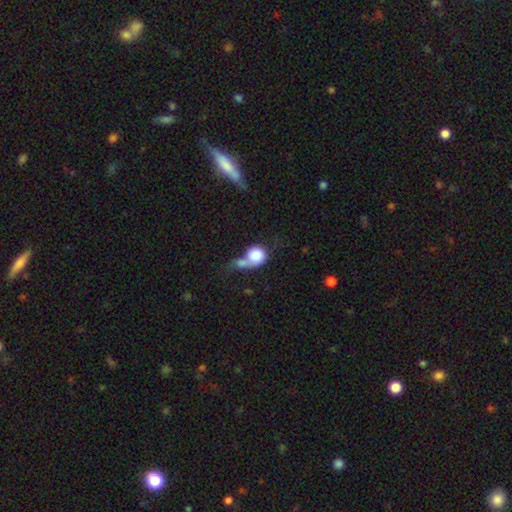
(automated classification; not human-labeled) Smooth or featured? Predicted: smooth (p=0.78). How rounded? Predicted: round (p=0.79). Merging? Predicted: merger (p=0.55).